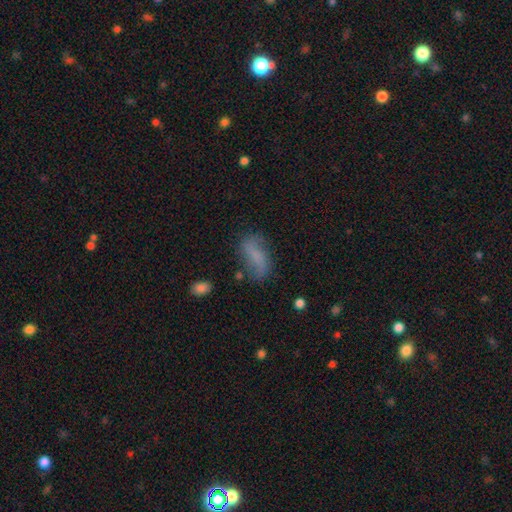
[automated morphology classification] type=smooth (53%); roundness=in between (74%); merging=none (63%).